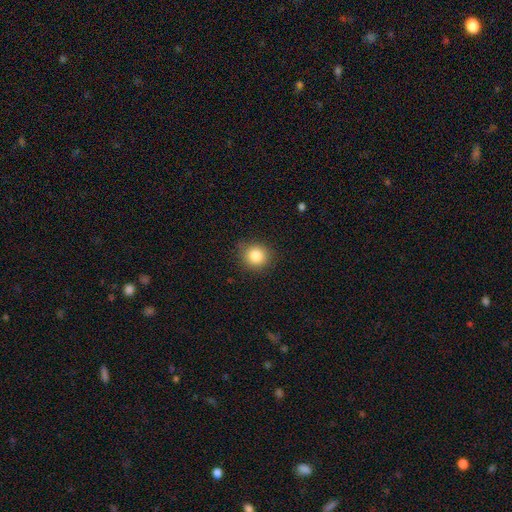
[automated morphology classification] type=smooth (84%); roundness=round (88%); merging=none (85%).